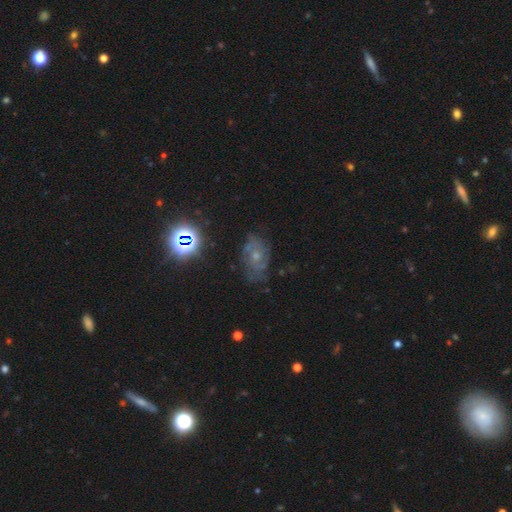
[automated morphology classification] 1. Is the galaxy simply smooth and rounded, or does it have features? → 57% featured or disk, 24% star or artifact, 19% smooth.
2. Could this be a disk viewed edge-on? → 95% no, 5% yes.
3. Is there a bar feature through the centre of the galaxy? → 78% no, 19% weak, 3% strong.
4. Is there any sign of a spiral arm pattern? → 80% yes, 20% no.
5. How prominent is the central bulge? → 58% small, 35% moderate, 4% none, 2% large, 1% dominant.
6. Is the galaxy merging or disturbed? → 66% none, 22% minor disturbance, 10% major disturbance, 2% merger.